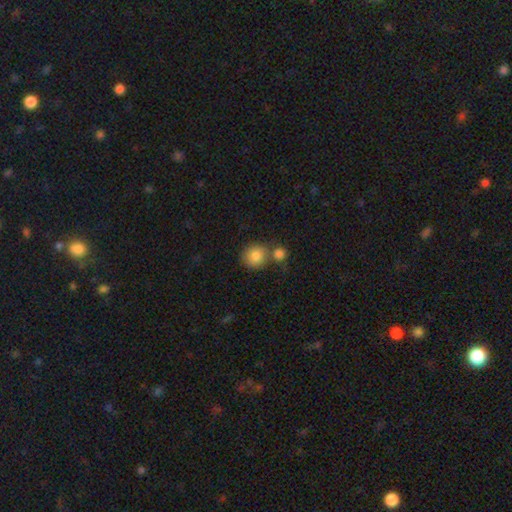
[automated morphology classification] Smooth or featured: smooth — 84% (star or artifact — 8%)
How rounded: round — 87% (in between — 12%)
Merging: none — 56% (merger — 31%)